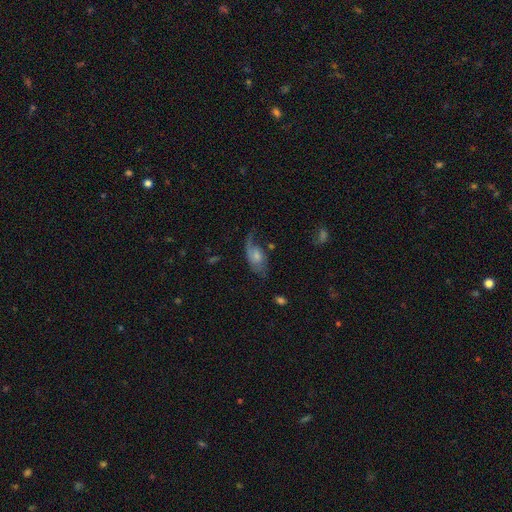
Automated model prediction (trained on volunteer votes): A featured or disk galaxy (59%) with no bar (67%), spiral arms (82%) and a small central bulge (38%). Merging: none (38%).